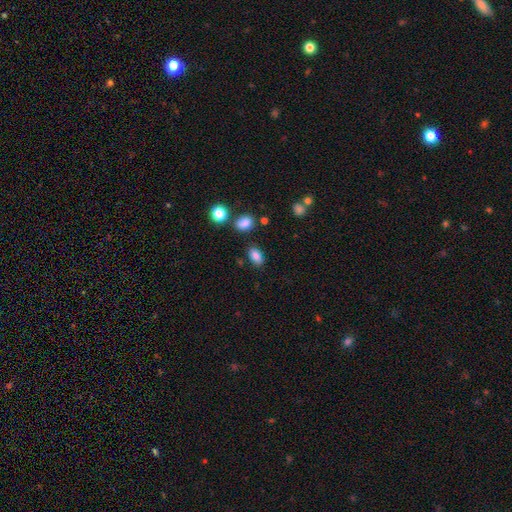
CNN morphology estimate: This appears to be a smooth galaxy with no disk features (85%) that is in between round and cigar-shaped (88%). Merging: none (82%).